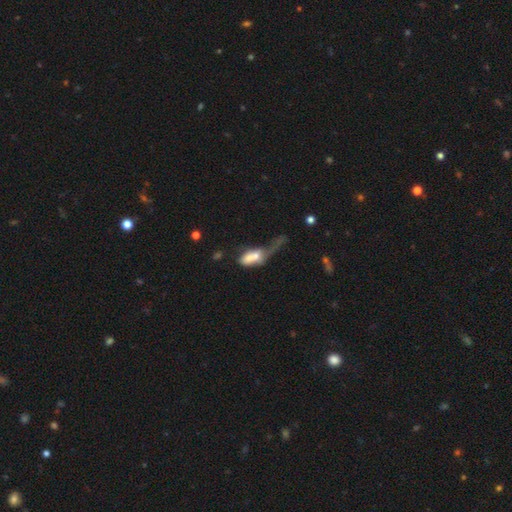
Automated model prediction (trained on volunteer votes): Morphology: type=smooth (58%); roundness=in between (80%); merging=merger (48%).